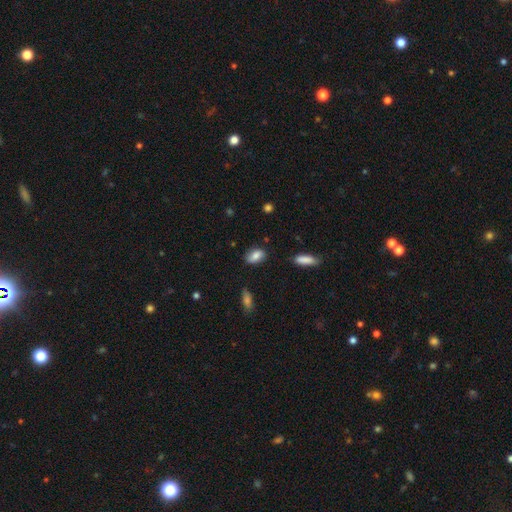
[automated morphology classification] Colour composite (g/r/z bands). It shows a smooth galaxy with no disk features (77%) that is in between round and cigar-shaped (87%). Merging: none (79%).